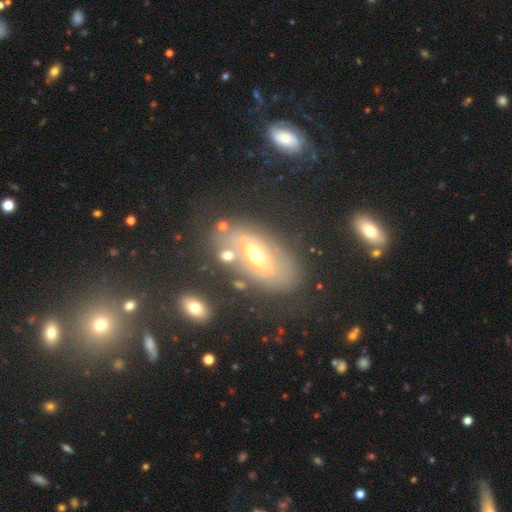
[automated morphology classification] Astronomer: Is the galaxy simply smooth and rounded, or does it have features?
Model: featured or disk — 59%.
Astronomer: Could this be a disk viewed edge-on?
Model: no — 83%.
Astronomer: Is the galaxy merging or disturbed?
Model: none — 67%.